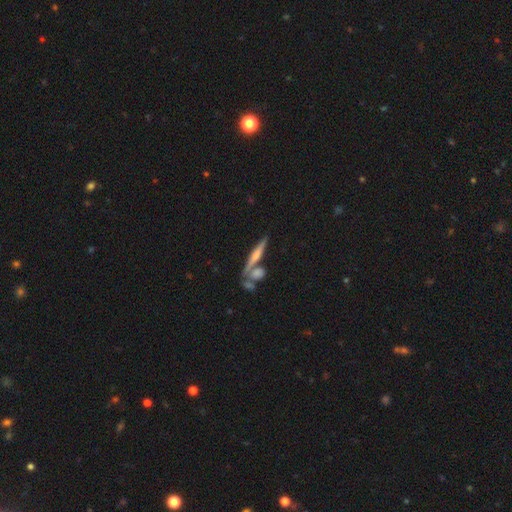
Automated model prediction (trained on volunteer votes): Smooth or featured? Predicted: featured or disk (p=0.60). Edge-on disk? Predicted: yes (p=0.93). Edge-on bulge? Predicted: rounded (p=0.72). Merging? Predicted: none (p=0.62).